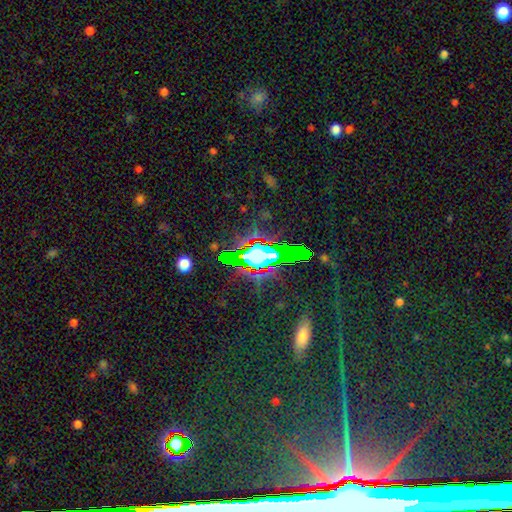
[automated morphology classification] Overall: star or artifact (70%).